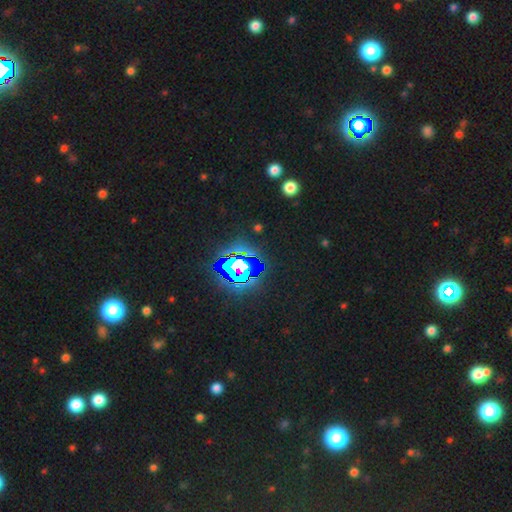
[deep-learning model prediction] Smooth or featured? Predicted: star or artifact (p=0.71).